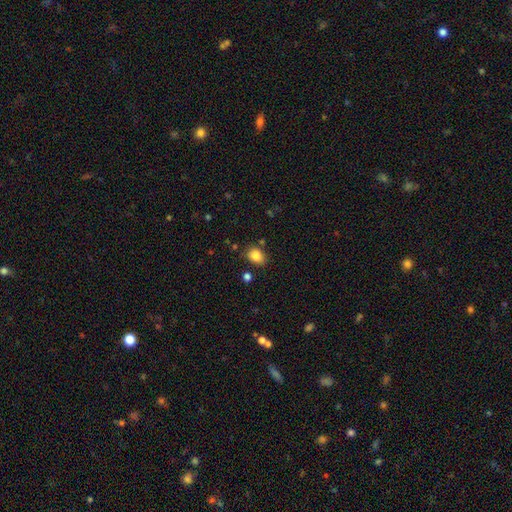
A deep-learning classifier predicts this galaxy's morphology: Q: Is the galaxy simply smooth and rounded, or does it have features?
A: smooth — 85%.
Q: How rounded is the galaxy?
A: in between — 67%.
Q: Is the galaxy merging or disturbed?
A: none — 75%.